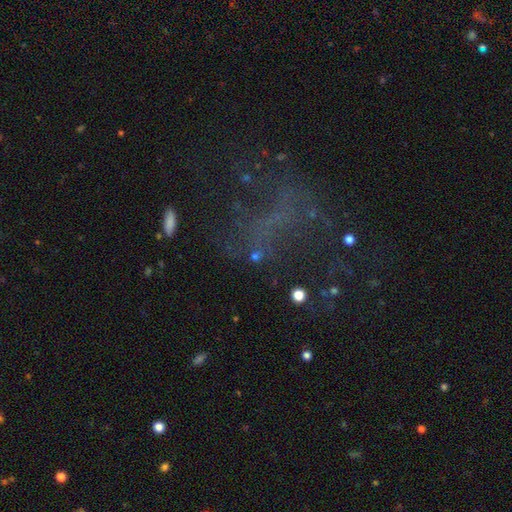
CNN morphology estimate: smooth-or-featured: star or artifact: 48% | smooth: 32% | featured or disk: 21%